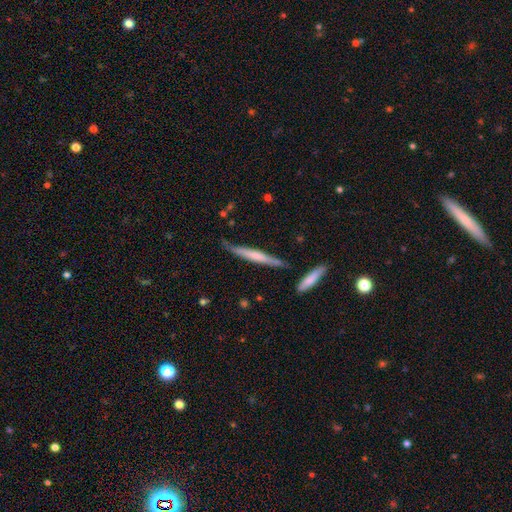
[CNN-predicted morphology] Overall: featured or disk (49%; smooth 46%). Merging: none (71%).